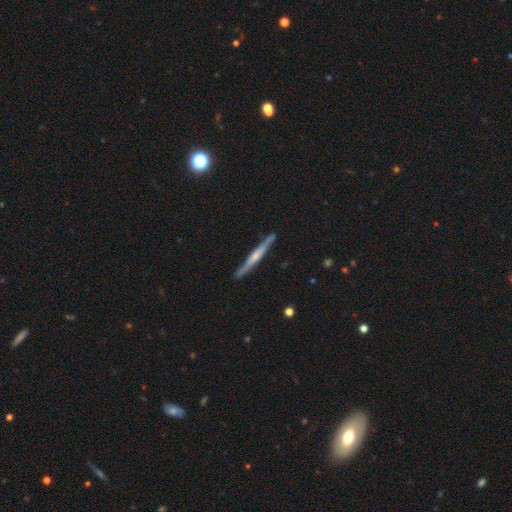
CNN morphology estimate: Smooth or featured? featured or disk (66%)
Edge-on disk? yes (97%)
Edge-on bulge? rounded (52%)
Merging? none (87%)